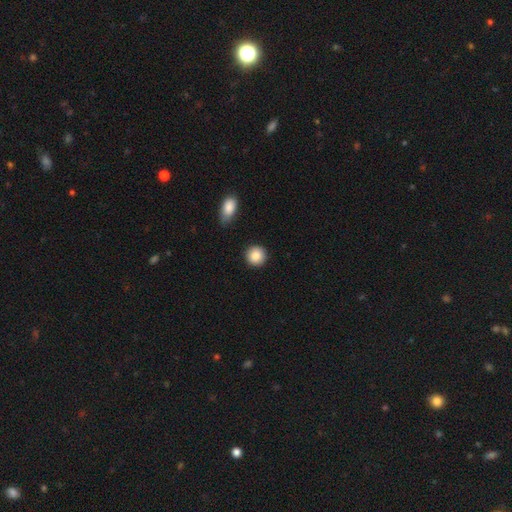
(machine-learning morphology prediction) Smooth or featured? smooth (86%)
How rounded? round (93%)
Merging? none (89%)